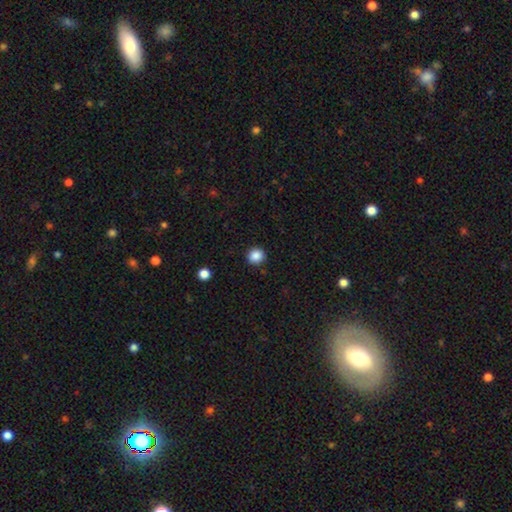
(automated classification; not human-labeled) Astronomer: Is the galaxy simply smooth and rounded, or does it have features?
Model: smooth — 87%.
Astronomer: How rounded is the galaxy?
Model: round — 91%.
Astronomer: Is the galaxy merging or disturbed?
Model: none — 91%.